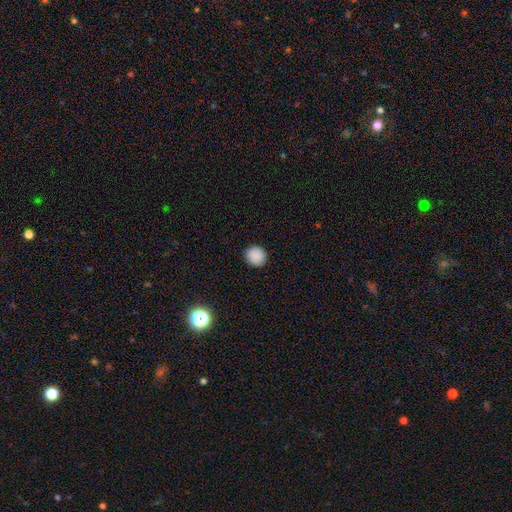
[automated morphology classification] Smooth or featured? Predicted: smooth (p=0.88). How rounded? Predicted: round (p=0.82). Merging? Predicted: none (p=0.89).